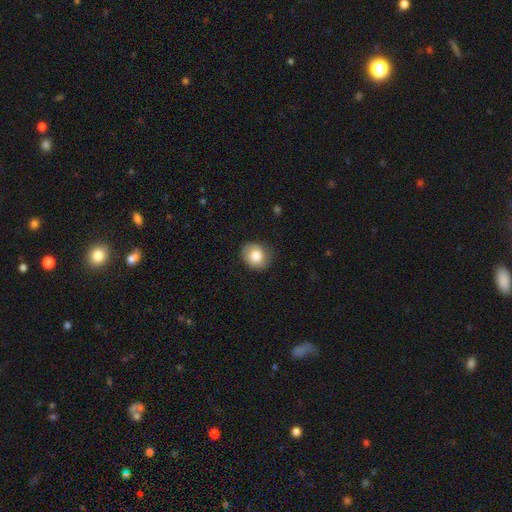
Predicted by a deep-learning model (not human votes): Smooth or featured?
  - smooth: 77% *
  - featured or disk: 15%
  - star or artifact: 8%
How rounded?
  - round: 69% *
  - in between: 31%
  - cigar-shaped: 1%
Merging?
  - none: 77% *
  - minor disturbance: 17%
  - major disturbance: 4%
  - merger: 1%